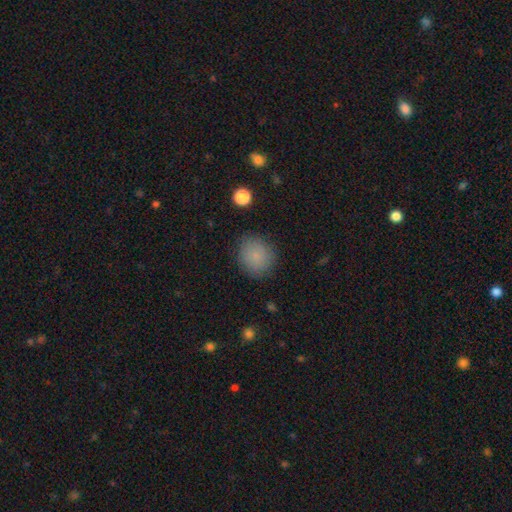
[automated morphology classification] This is clearly a smooth galaxy (85%). How rounded: likely round (78%). Merging: clearly none (85%).